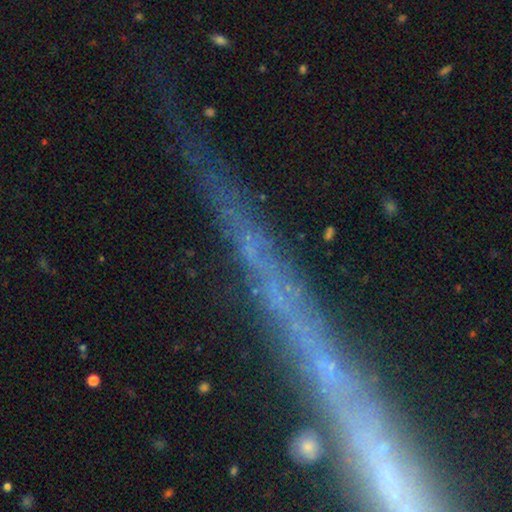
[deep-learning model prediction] smooth-or-featured: star or artifact: 46% | featured or disk: 33% | smooth: 21%